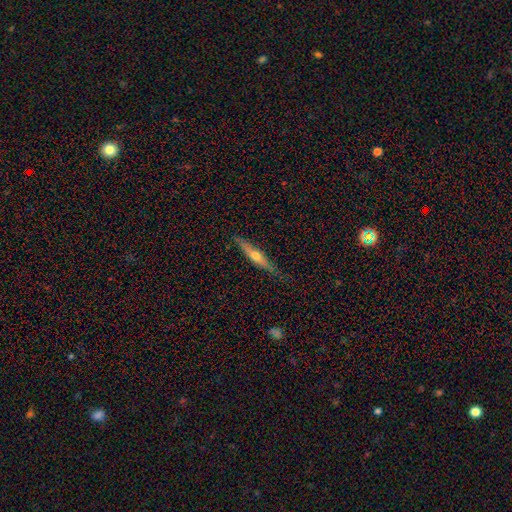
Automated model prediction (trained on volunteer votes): Smooth or featured: featured or disk — 63% (smooth — 31%)
Edge-on disk: yes — 95% (no — 5%)
Edge-on bulge: rounded — 89% (none — 7%)
Merging: none — 80% (minor disturbance — 16%)